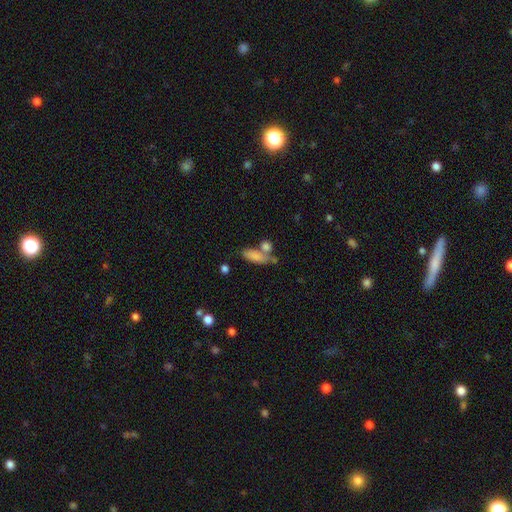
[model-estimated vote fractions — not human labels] smooth 81%, featured or disk 11%, star or artifact 8%. Down the decision tree: how rounded — in between (69%); merging — none (46%).